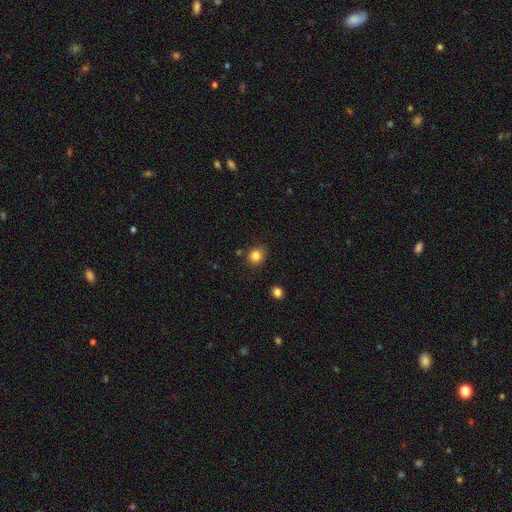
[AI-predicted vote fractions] Smooth or featured: smooth — 83% (star or artifact — 11%)
How rounded: round — 83% (in between — 16%)
Merging: none — 85% (minor disturbance — 9%)